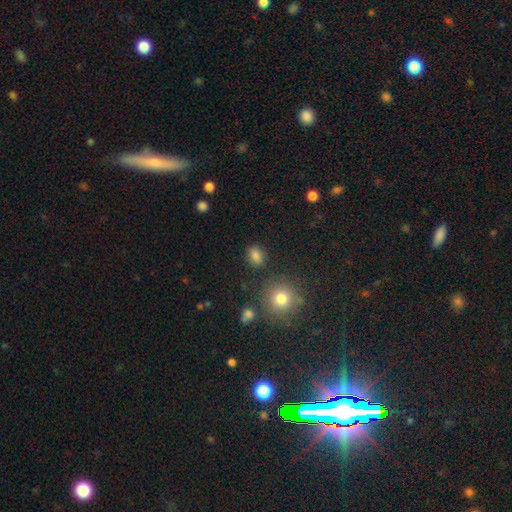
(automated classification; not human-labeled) This is clearly a smooth galaxy (82%). How rounded: possibly in between (56%). Merging: clearly none (85%).